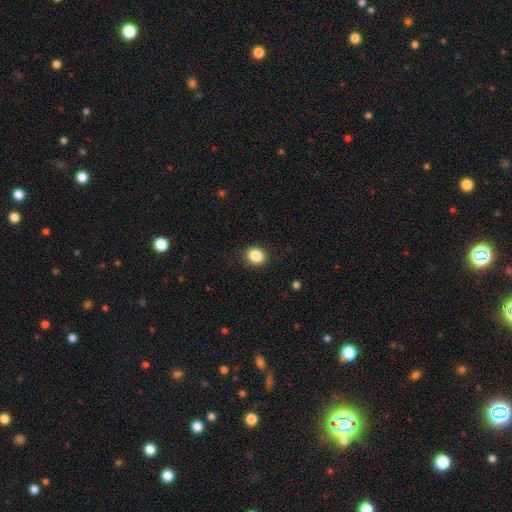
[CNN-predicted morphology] Smooth or featured? Predicted: smooth (p=0.87). How rounded? Predicted: round (p=0.68). Merging? Predicted: none (p=0.89).